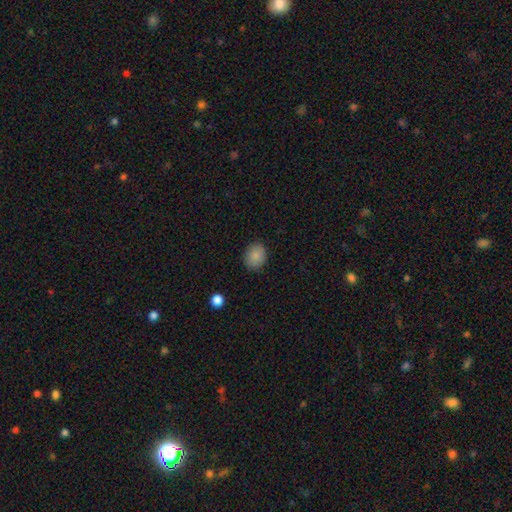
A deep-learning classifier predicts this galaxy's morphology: type=smooth (86%); roundness=round (53%); merging=none (86%).